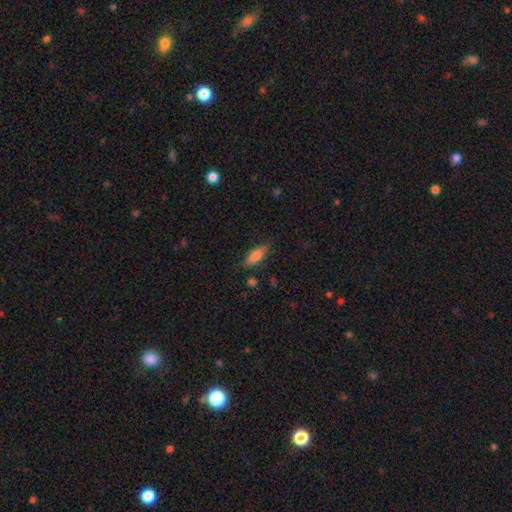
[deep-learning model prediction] A smooth galaxy with no disk features (75%) that is in between round and cigar-shaped (69%). Merging: none (78%).